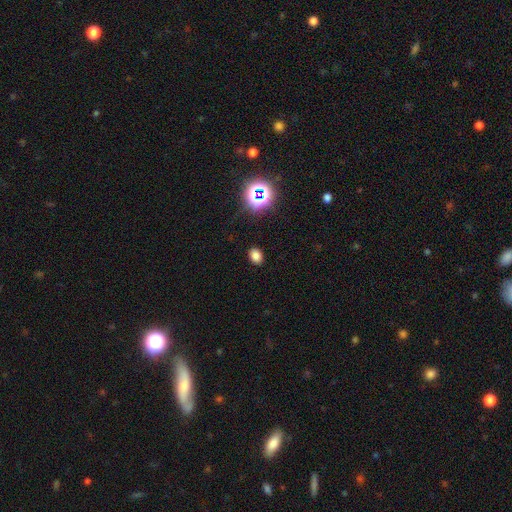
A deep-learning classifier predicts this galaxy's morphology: smooth 77%, star or artifact 18%, featured or disk 5%. Down the decision tree: how rounded — in between (70%); merging — none (89%).